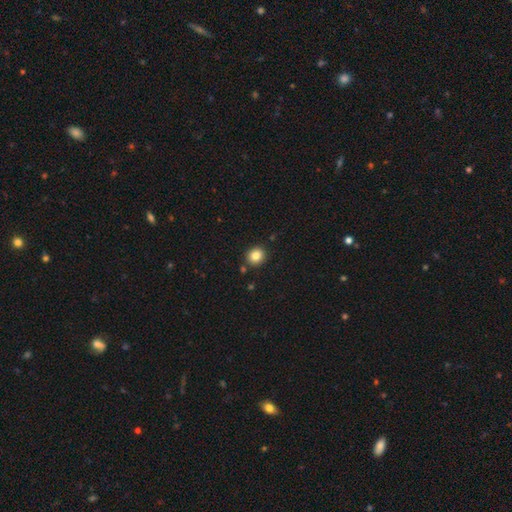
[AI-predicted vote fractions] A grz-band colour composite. It shows a smooth galaxy with no disk features (84%) that is round (85%). Merging: none (88%).